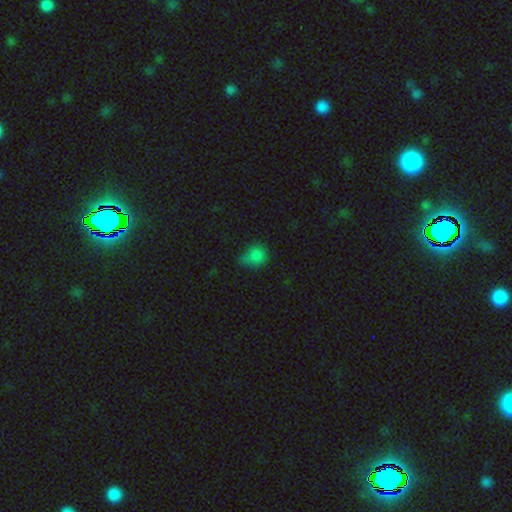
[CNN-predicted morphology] A smooth galaxy with no disk features (79%) that is round (69%).

Vote fractions:
- Smooth or featured? smooth: 79% / star or artifact: 15% / featured or disk: 6%
- How rounded? round: 69% / in between: 30% / cigar-shaped: 2%
- Merging? none: 46% / minor disturbance: 36% / major disturbance: 14% / merger: 4%